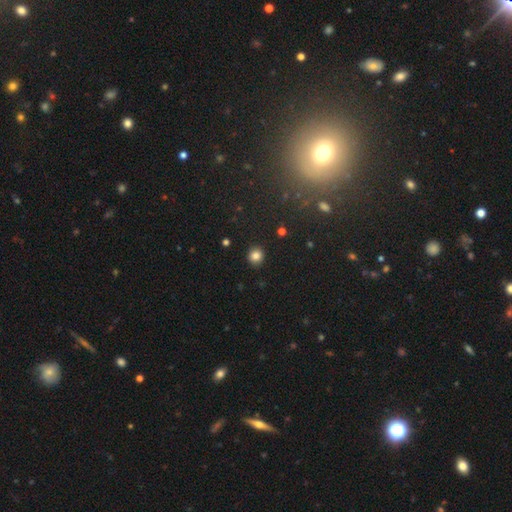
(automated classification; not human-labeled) Smooth or featured? smooth (84%)
How rounded? round (91%)
Merging? none (92%)